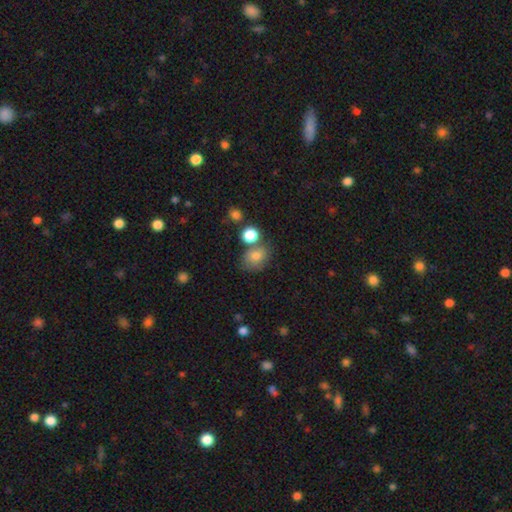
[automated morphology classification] This appears to be a smooth galaxy with no disk features (77%) that is in between round and cigar-shaped (55%). Merging: none (51%).